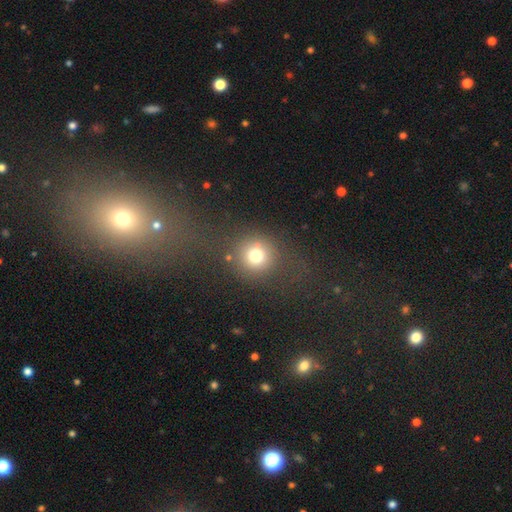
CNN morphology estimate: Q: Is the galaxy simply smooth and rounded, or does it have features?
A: smooth — 73%.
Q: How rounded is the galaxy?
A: round — 87%.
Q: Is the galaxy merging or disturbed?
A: none — 67%.